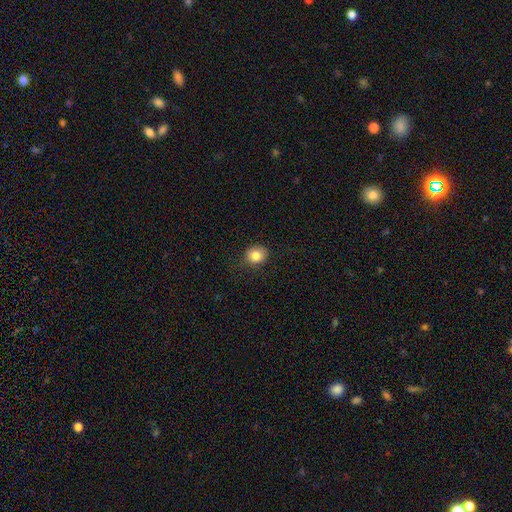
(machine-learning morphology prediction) This is clearly a smooth galaxy (83%). How rounded: likely round (79%). Merging: clearly none (81%).